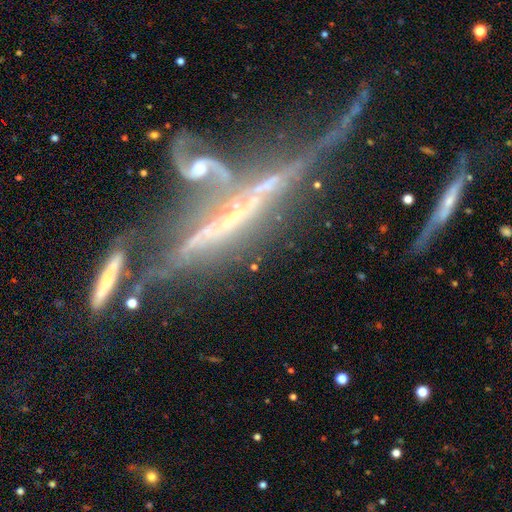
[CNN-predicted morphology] The model was most divided on "edge-on disk": yes: 53%, no: 47%. Remaining: smooth or featured — featured or disk (66%); merging — merger (46%).